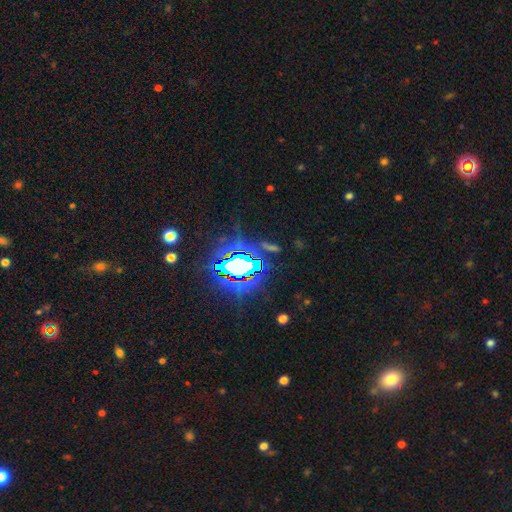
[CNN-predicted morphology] Overall: star or artifact (83%).